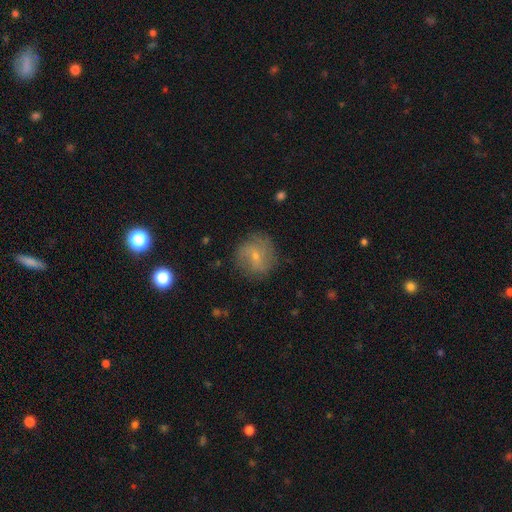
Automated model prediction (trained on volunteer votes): A smooth galaxy with no disk features (53%) that is round (87%). Merging: none (75%).